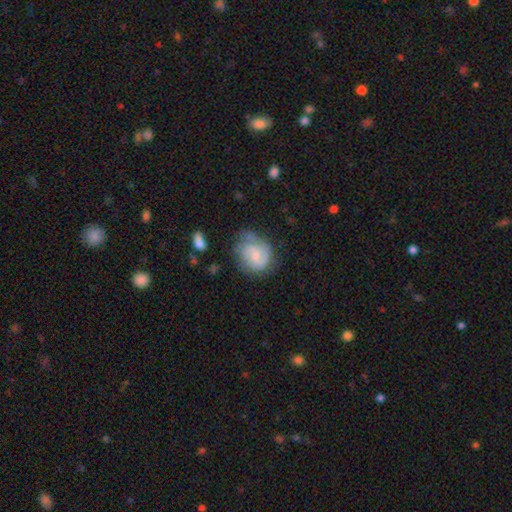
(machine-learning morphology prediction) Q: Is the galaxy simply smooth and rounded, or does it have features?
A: featured or disk — 63%.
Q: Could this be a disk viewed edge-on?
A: no — 98%.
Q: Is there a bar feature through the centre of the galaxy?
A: no — 53%.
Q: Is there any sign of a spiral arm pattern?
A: yes — 88%.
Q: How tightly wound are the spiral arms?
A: medium — 43%.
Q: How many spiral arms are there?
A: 2 — 59%.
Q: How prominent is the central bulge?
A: small — 60%.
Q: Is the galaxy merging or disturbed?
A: none — 54%.